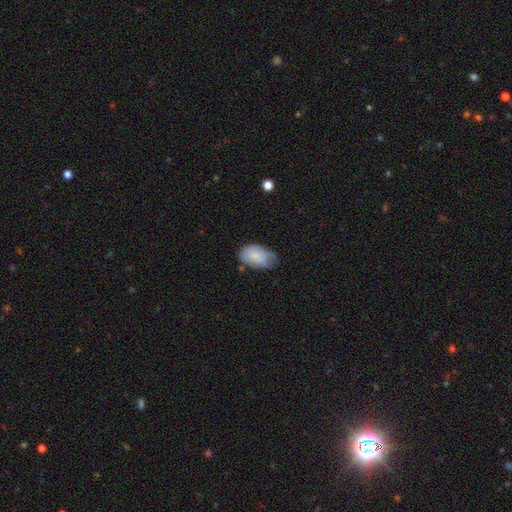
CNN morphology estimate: Smooth or featured: smooth — 77% (featured or disk — 16%)
How rounded: in between — 91% (round — 8%)
Merging: none — 46% (minor disturbance — 40%)